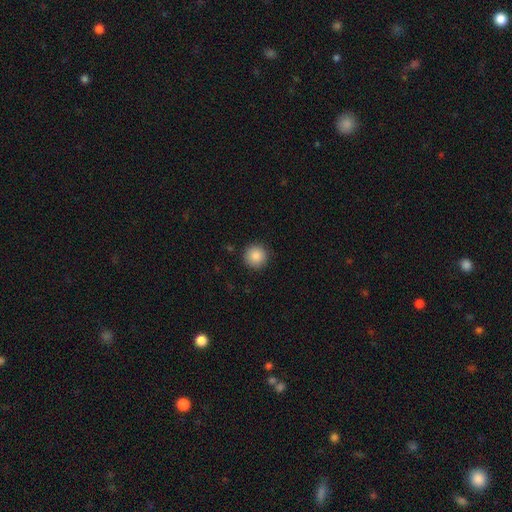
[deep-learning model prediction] The model was most divided on "smooth or featured": smooth: 88%, star or artifact: 9%, featured or disk: 4%. More confident: how rounded — round (95%); merging — none (91%).